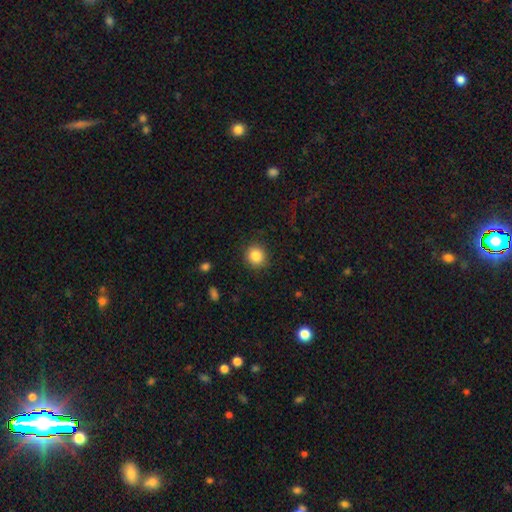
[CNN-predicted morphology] This appears to be a smooth galaxy with no disk features (85%) that is round (88%). Merging: none (88%).